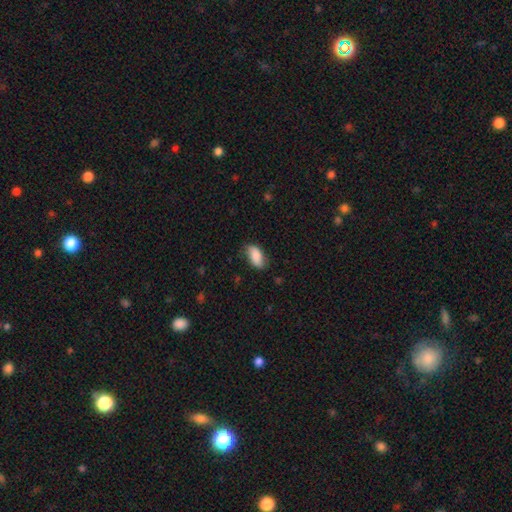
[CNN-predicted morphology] type=smooth (80%); roundness=in between (91%); merging=none (70%).